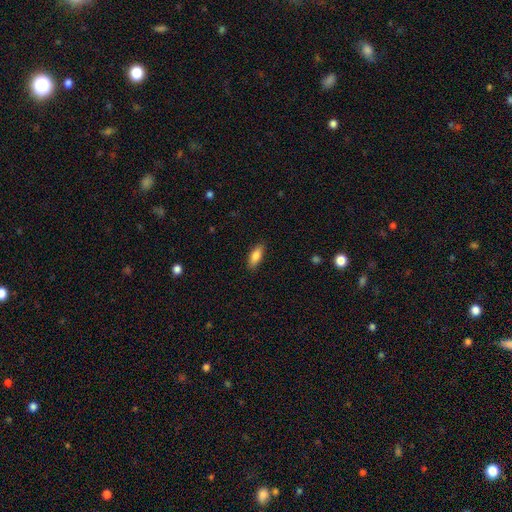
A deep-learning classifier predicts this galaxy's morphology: Overall: smooth (84%). How rounded: in between (73%). Merging: none (86%).